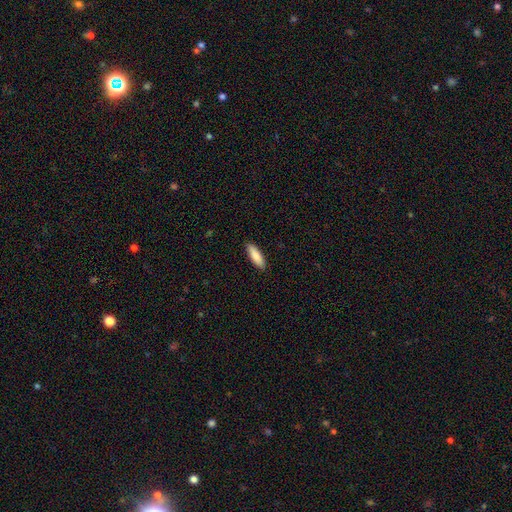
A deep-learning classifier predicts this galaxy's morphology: Smooth or featured? Predicted: smooth (p=0.87). How rounded? Predicted: cigar-shaped (p=0.54). Merging? Predicted: none (p=0.89).